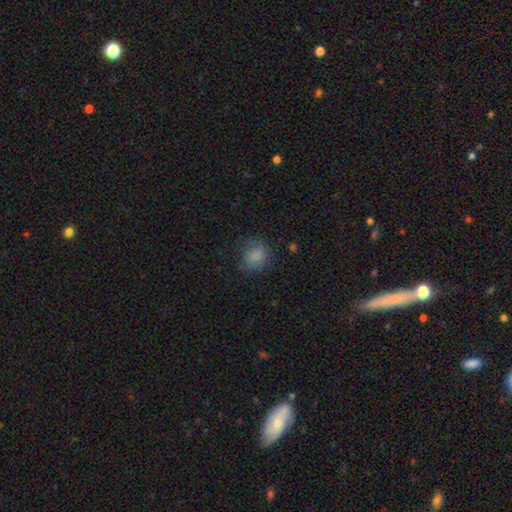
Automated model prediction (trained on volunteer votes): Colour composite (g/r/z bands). It shows a smooth galaxy with no disk features (79%) that is round (67%). Merging: none (66%).